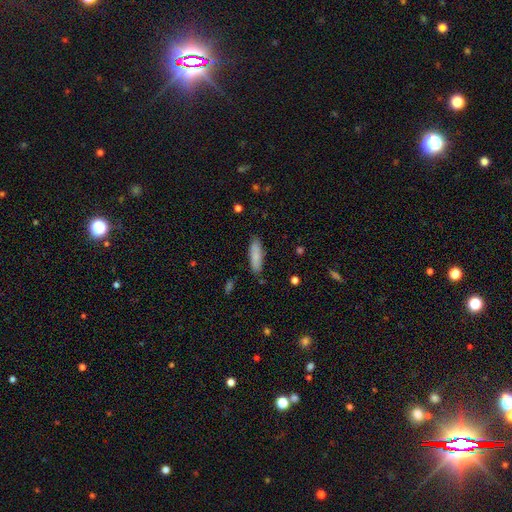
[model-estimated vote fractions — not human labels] smooth 82%, featured or disk 12%, star or artifact 6%. Down the decision tree: how rounded — cigar-shaped (58%); merging — none (85%).